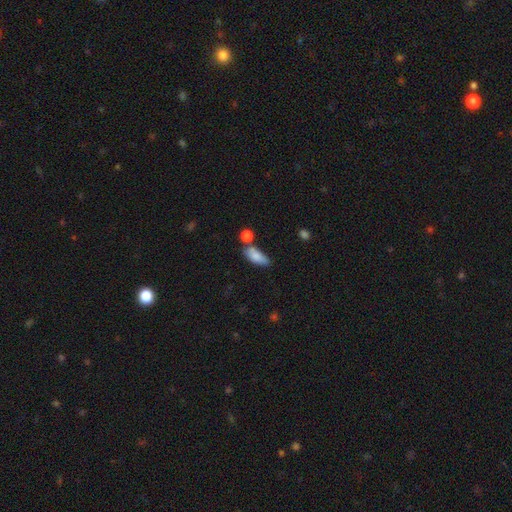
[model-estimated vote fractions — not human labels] This is clearly a smooth galaxy (82%). How rounded: likely in between (79%). Merging: possibly none (55%).